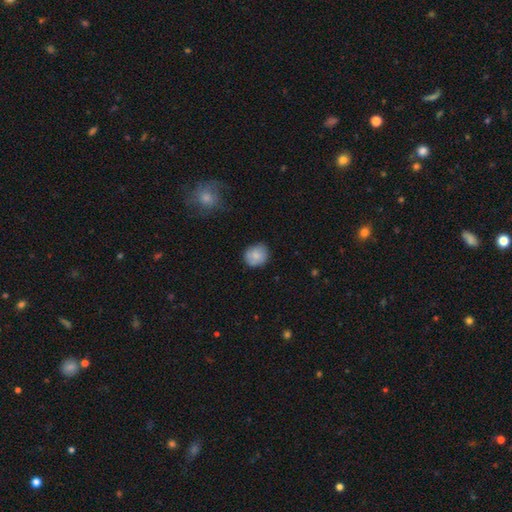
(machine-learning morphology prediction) Smooth or featured?
  - smooth: 80% *
  - featured or disk: 12%
  - star or artifact: 8%
How rounded?
  - round: 79% *
  - in between: 20%
  - cigar-shaped: 1%
Merging?
  - none: 80% *
  - minor disturbance: 16%
  - major disturbance: 3%
  - merger: 2%